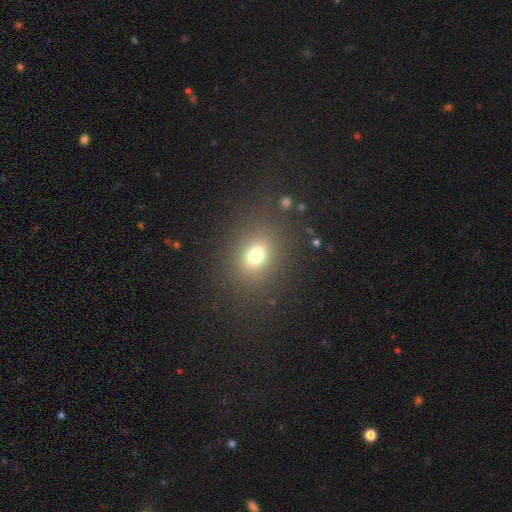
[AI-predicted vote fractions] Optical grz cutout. It shows a smooth galaxy with no disk features (72%) that is in between round and cigar-shaped (50%). Merging: none (83%).